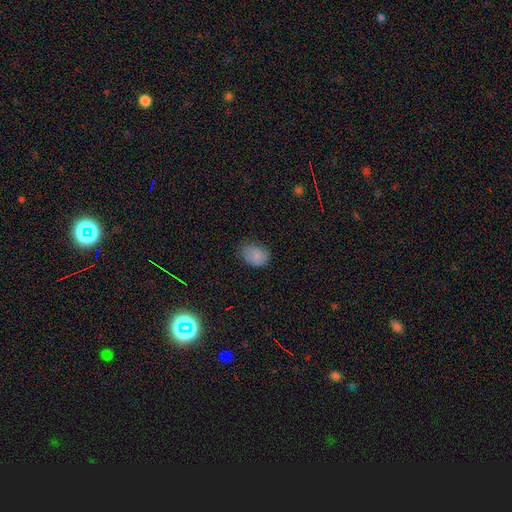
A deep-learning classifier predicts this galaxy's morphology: smooth_or_featured: smooth (p=0.83) [alt: star or artifact p=0.10]
how_rounded: in between (p=0.73) [alt: round p=0.26]
merging: none (p=0.65) [alt: minor disturbance p=0.27]